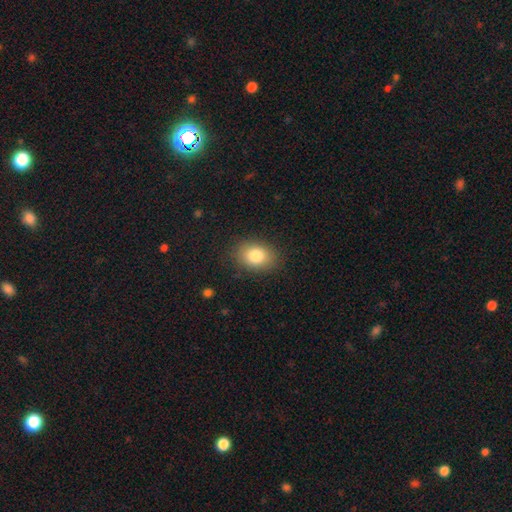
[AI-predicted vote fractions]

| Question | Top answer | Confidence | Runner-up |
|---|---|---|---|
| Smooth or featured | smooth | 81% | featured or disk (10%) |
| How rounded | in between | 72% | round (27%) |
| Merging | none | 85% | minor disturbance (11%) |